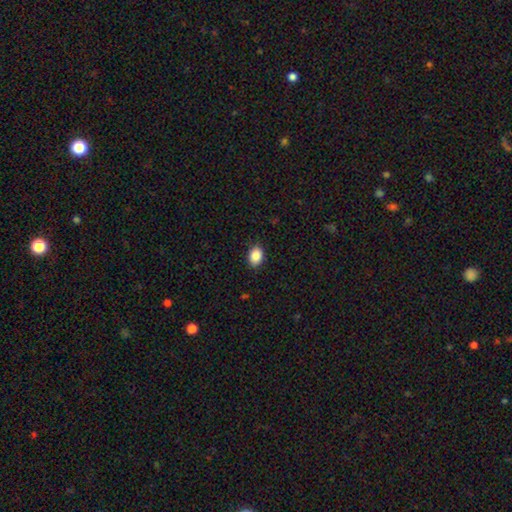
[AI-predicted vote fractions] Q: Smooth or featured?
A: smooth (88%); runner-up: star or artifact (8%)
Q: How rounded?
A: in between (77%); runner-up: round (22%)
Q: Merging?
A: none (86%); runner-up: minor disturbance (11%)